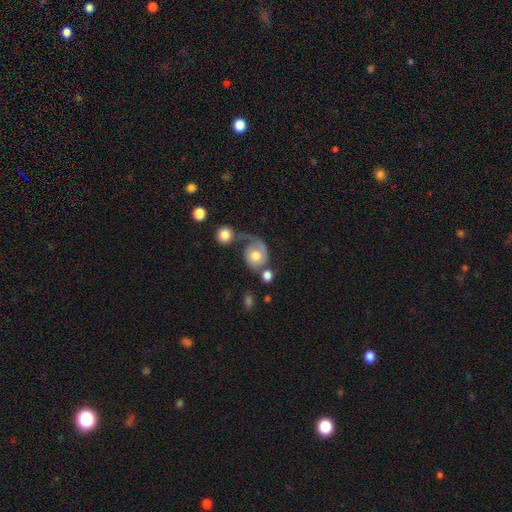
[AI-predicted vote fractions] smooth_or_featured: featured or disk (p=0.51) [alt: smooth p=0.42]
disk_edge_on: no (p=0.97) [alt: yes p=0.03]
merging: major disturbance (p=0.32) [alt: none p=0.29]